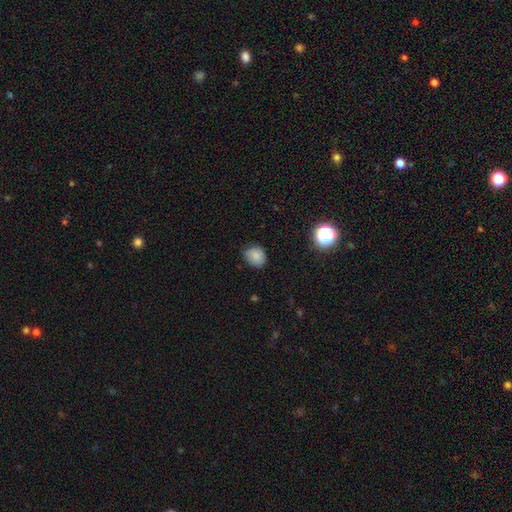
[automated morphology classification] smooth 84%, star or artifact 11%, featured or disk 6%. Down the decision tree: how rounded — round (66%); merging — none (72%).